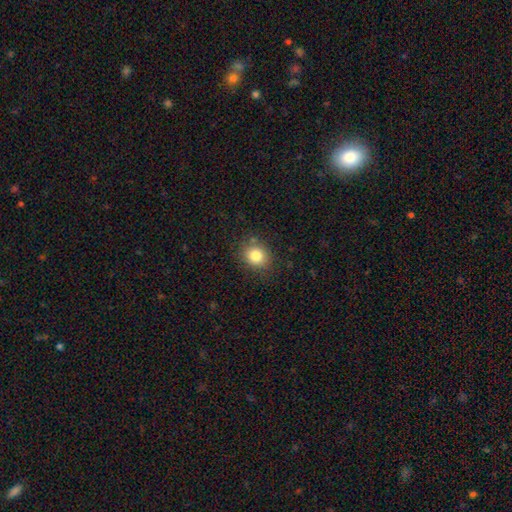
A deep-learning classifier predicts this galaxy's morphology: This appears to be a smooth galaxy with no disk features (82%) that is round (67%). Merging: none (82%).